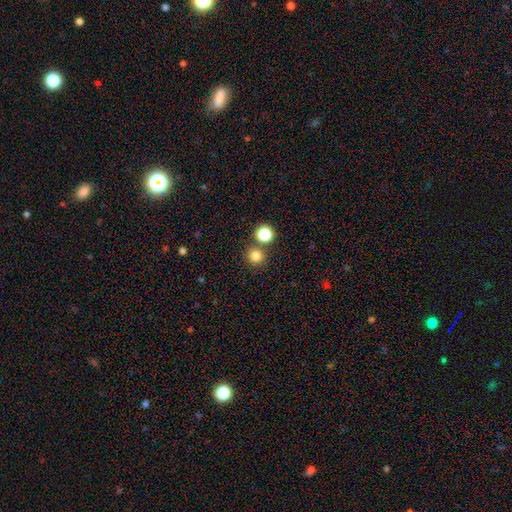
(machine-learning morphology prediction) Smooth or featured?
  - smooth: 80% *
  - star or artifact: 15%
  - featured or disk: 5%
How rounded?
  - round: 94% *
  - in between: 5%
  - cigar-shaped: 1%
Merging?
  - none: 79% *
  - merger: 13%
  - minor disturbance: 6%
  - major disturbance: 2%